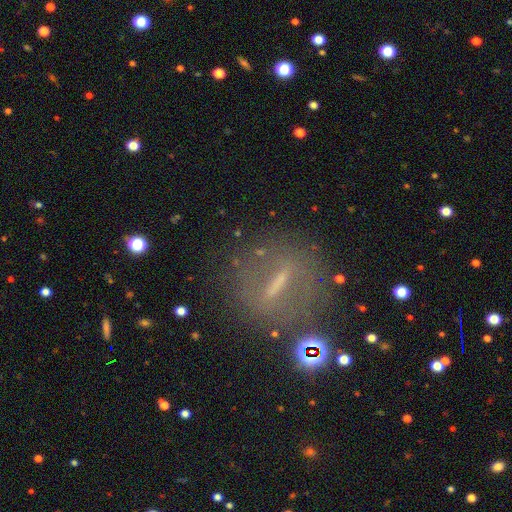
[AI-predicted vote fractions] This appears to be a featured or disk galaxy (53%). Merging: none (77%).